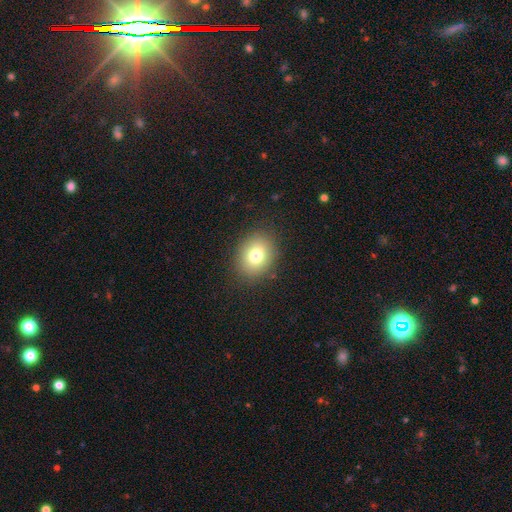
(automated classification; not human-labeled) smooth 77%, star or artifact 12%, featured or disk 11%. Down the decision tree: how rounded — round (50%, tied with in between); merging — none (87%).